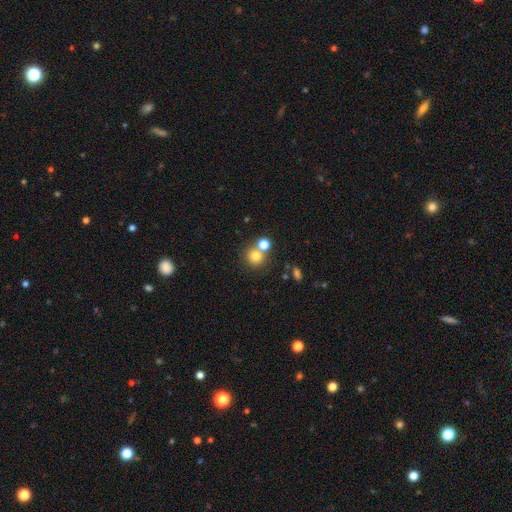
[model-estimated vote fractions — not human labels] A smooth galaxy with no disk features (76%) that is round (89%). Merging: none (59%).